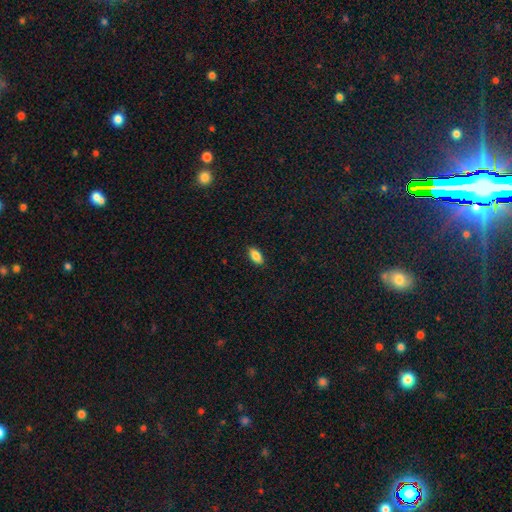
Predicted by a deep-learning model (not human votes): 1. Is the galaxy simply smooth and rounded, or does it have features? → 86% smooth, 7% star or artifact, 7% featured or disk.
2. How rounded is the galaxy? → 91% in between, 6% cigar-shaped, 3% round.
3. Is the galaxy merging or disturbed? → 89% none, 8% minor disturbance, 2% major disturbance, 1% merger.